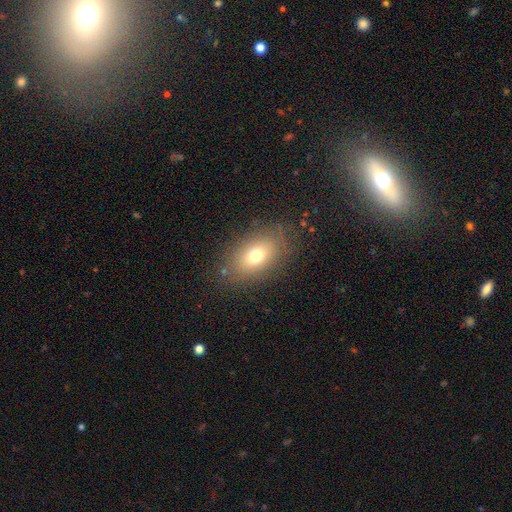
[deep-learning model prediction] This appears to be a smooth galaxy with no disk features (72%) that is in between round and cigar-shaped (84%). Merging: none (82%).